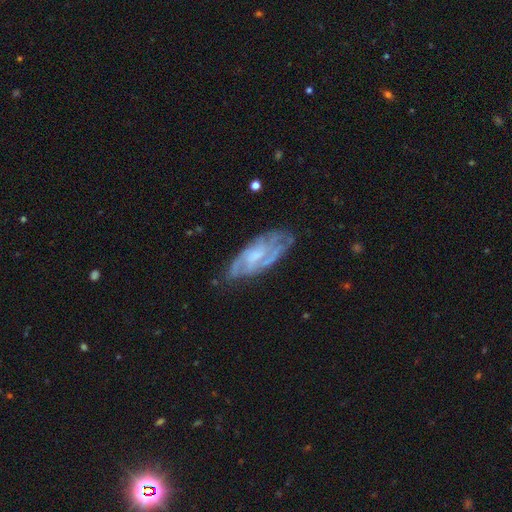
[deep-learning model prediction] A featured or disk galaxy (76%) with no bar (51%), tight (48%) spiral arms (87%) and a small central bulge (42%). Merging: none (66%).